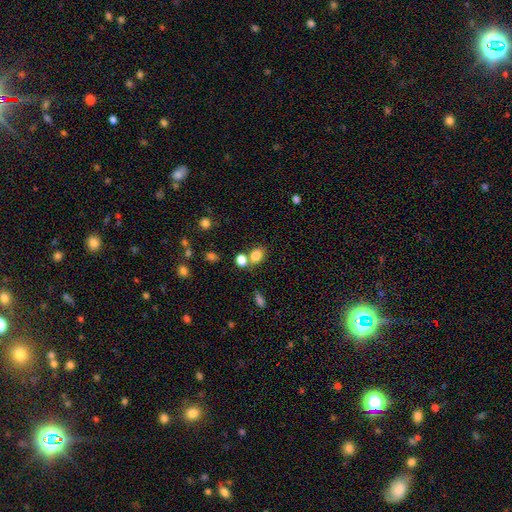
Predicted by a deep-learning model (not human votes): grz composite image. It shows a smooth galaxy with no disk features (81%) that is in between round and cigar-shaped (62%). Merging: none (57%).